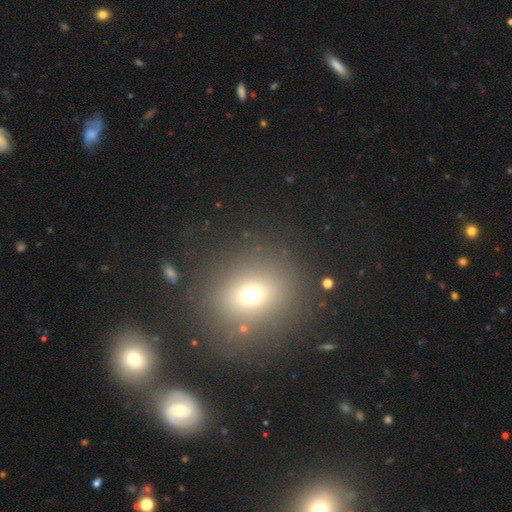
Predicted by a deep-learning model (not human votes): Smooth or featured: smooth — 54% (star or artifact — 29%)
How rounded: round — 65% (in between — 32%)
Merging: none — 81% (minor disturbance — 9%)